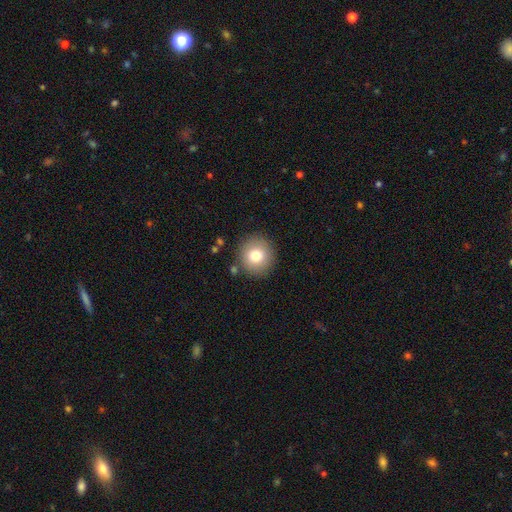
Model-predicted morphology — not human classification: A smooth galaxy with no disk features (78%) that is round (94%).

Vote fractions:
- Smooth or featured? smooth: 78% / featured or disk: 12% / star or artifact: 10%
- How rounded? round: 94% / in between: 5% / cigar-shaped: 1%
- Merging? none: 87% / minor disturbance: 7% / merger: 3% / major disturbance: 2%